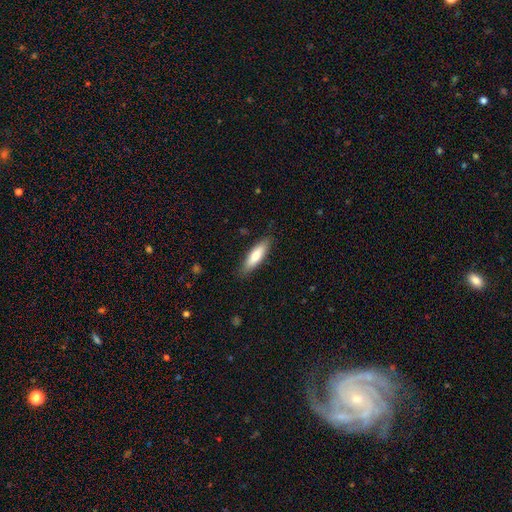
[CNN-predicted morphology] Smooth or featured? Predicted: smooth (p=0.75). How rounded? Predicted: cigar-shaped (p=0.55). Merging? Predicted: none (p=0.86).